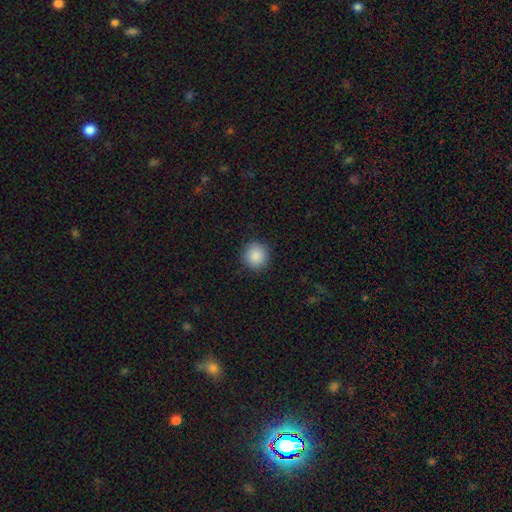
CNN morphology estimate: The model was most divided on "smooth or featured": smooth: 89%, star or artifact: 8%, featured or disk: 3%. More confident: how rounded — round (94%); merging — none (90%).